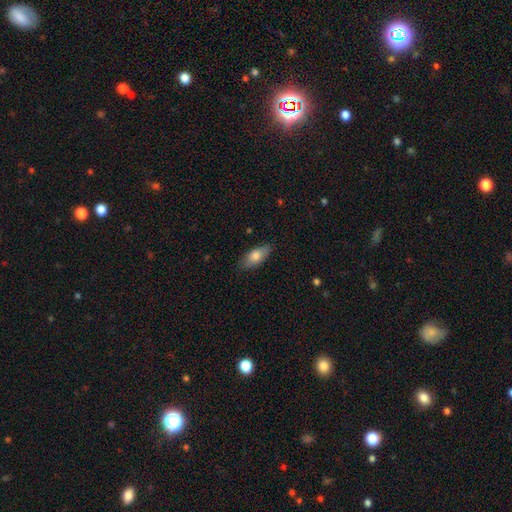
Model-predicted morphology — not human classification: Overall: smooth (74%). How rounded: in between (82%). Merging: none (83%).